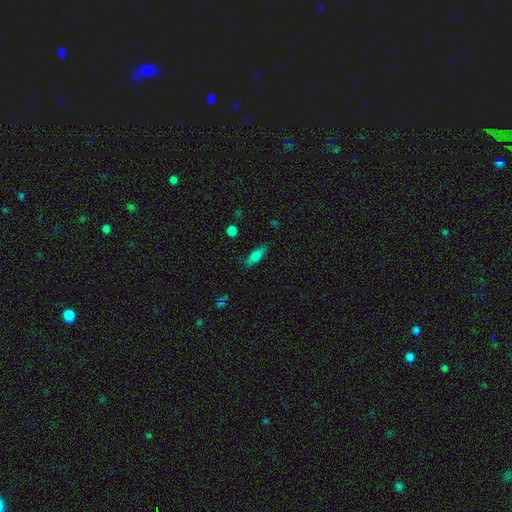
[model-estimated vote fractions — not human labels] smooth 75%, featured or disk 16%, star or artifact 9%. Down the decision tree: how rounded — in between (57%); merging — none (78%).